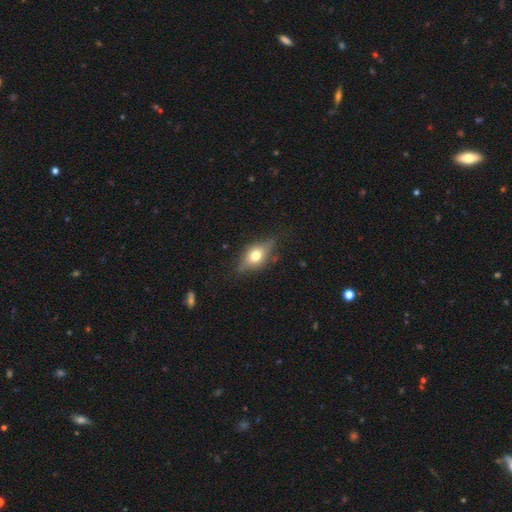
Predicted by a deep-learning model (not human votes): A smooth galaxy with no disk features (48%).

Vote fractions:
- Smooth or featured? smooth: 48% / featured or disk: 43% / star or artifact: 9%
- Merging? none: 74% / minor disturbance: 19% / major disturbance: 6% / merger: 2%